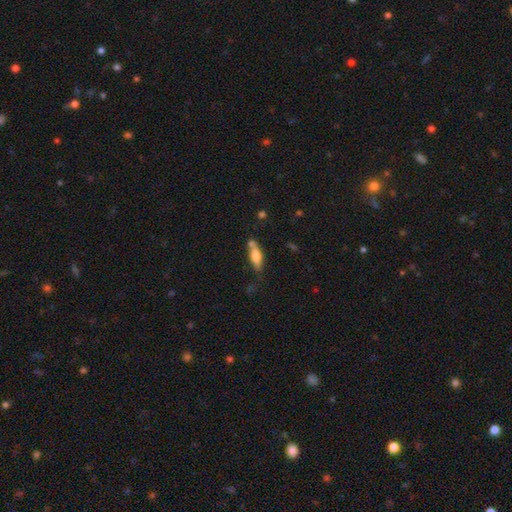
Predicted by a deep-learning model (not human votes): Morphology: type=smooth (58%); roundness=in between (50%); merging=none (58%).